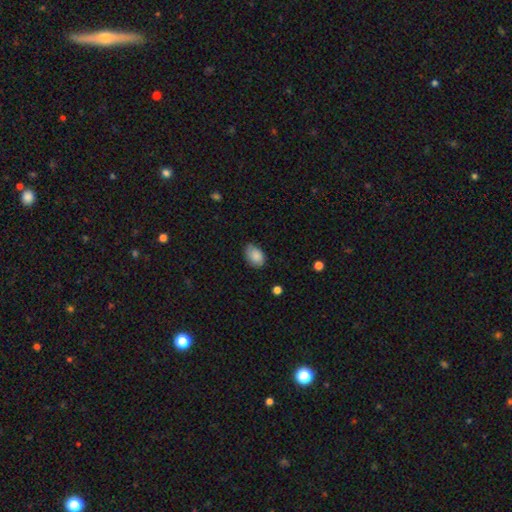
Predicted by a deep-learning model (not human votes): Q: Smooth or featured?
A: smooth (86%); runner-up: star or artifact (7%)
Q: How rounded?
A: in between (83%); runner-up: round (16%)
Q: Merging?
A: none (71%); runner-up: minor disturbance (24%)